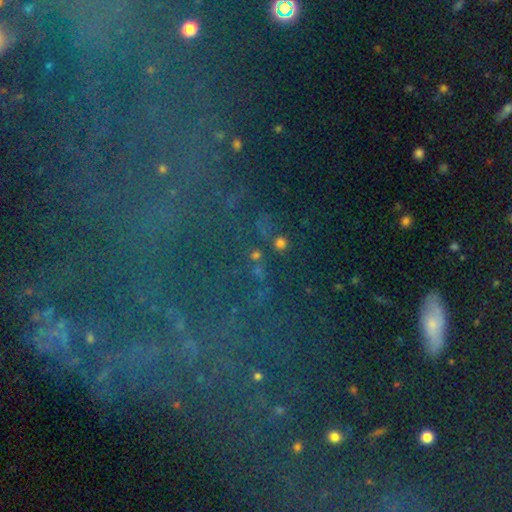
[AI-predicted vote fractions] Q: Smooth or featured?
A: star or artifact (68%); runner-up: smooth (17%)